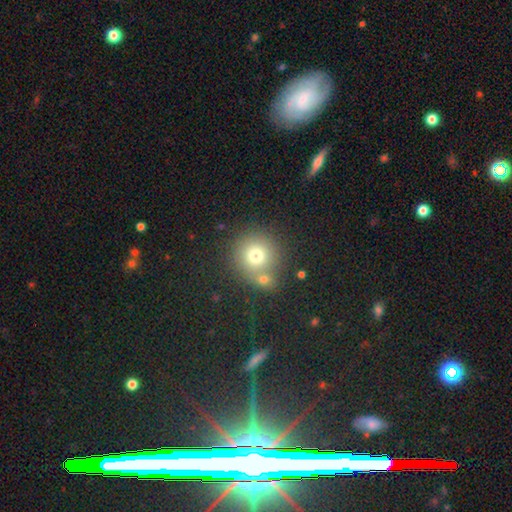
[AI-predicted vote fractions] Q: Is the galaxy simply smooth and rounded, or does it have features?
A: smooth — 73%.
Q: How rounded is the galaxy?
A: round — 92%.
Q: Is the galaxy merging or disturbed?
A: none — 61%.